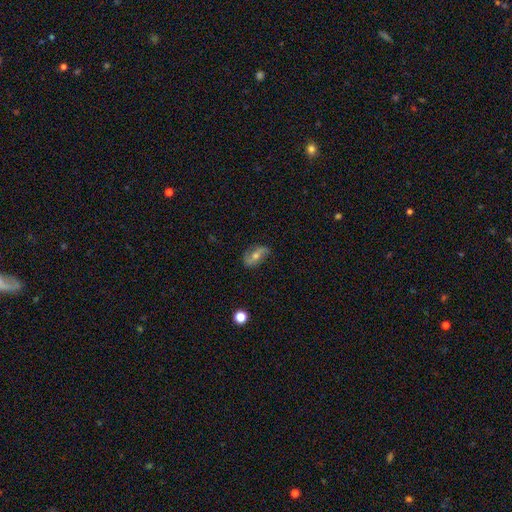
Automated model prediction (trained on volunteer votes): Smooth or featured: featured or disk — 60% (smooth — 30%)
Edge-on disk: no — 89% (yes — 11%)
Bar: no — 46% (weak — 32%)
Spiral arms: yes — 80% (no — 20%)
Bulge size: moderate — 63% (small — 31%)
Merging: none — 75% (minor disturbance — 18%)